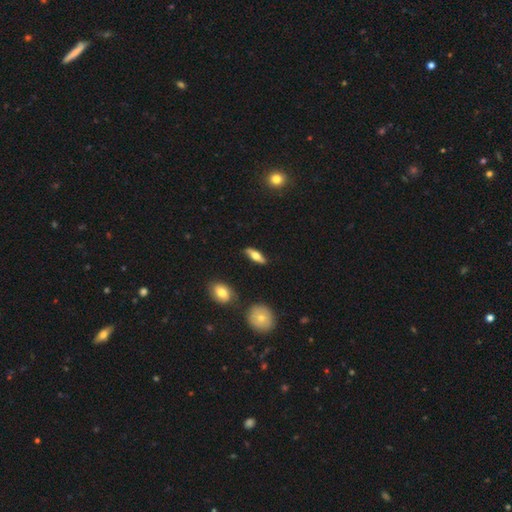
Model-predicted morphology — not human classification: smooth 50%, featured or disk 44%, star or artifact 7%. Down the decision tree: merging — none (87%).